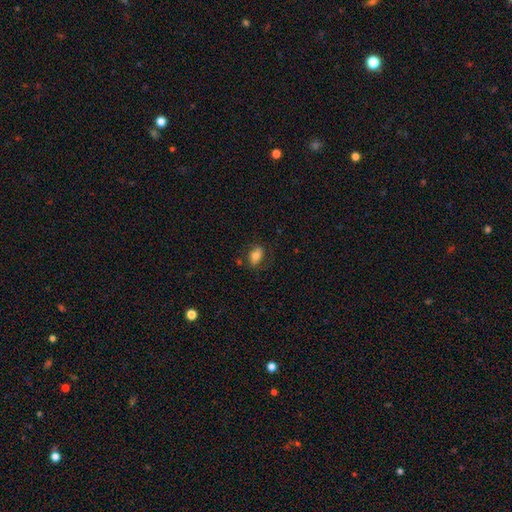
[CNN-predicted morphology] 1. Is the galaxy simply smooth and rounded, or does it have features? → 74% smooth, 17% featured or disk, 9% star or artifact.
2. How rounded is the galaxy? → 86% in between, 10% round, 4% cigar-shaped.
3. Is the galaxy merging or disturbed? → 73% none, 18% minor disturbance, 6% major disturbance, 2% merger.